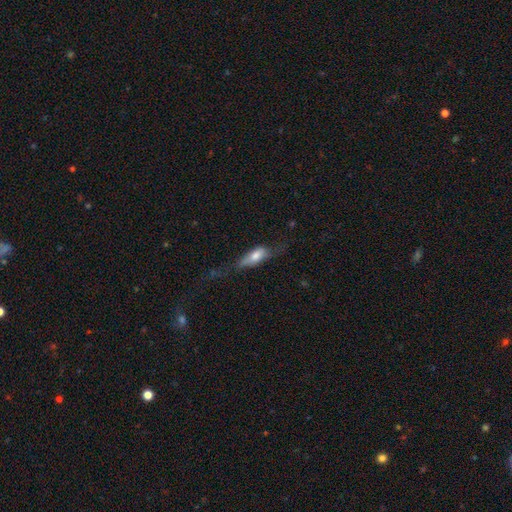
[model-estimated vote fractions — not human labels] Smooth or featured? Predicted: smooth (p=0.62). How rounded? Predicted: in between (p=0.68). Merging? Predicted: none (p=0.37).